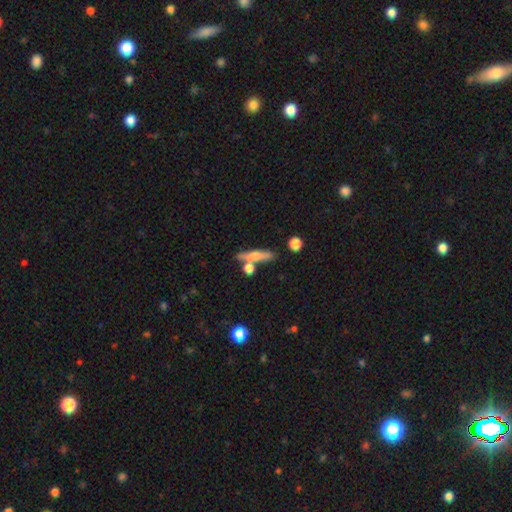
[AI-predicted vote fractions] A smooth galaxy with no disk features (57%) that is cigar-shaped (75%). Merging: none (57%).